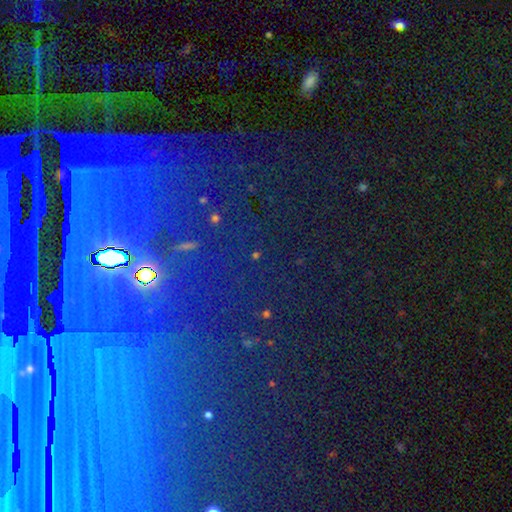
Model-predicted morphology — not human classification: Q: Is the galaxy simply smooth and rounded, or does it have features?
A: star or artifact — 73%.